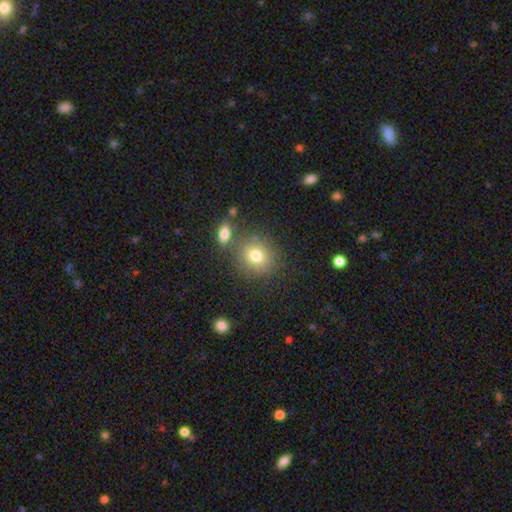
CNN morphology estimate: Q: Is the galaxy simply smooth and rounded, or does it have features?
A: smooth — 77%.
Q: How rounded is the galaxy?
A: round — 80%.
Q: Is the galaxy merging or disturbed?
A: none — 73%.